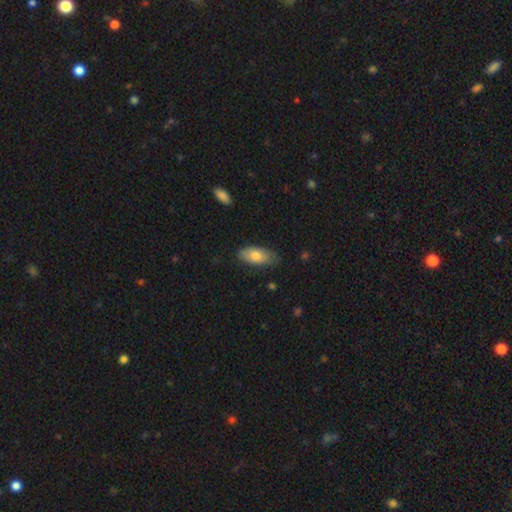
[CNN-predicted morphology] A smooth galaxy with no disk features (75%) that is in between round and cigar-shaped (88%). Merging: none (72%).